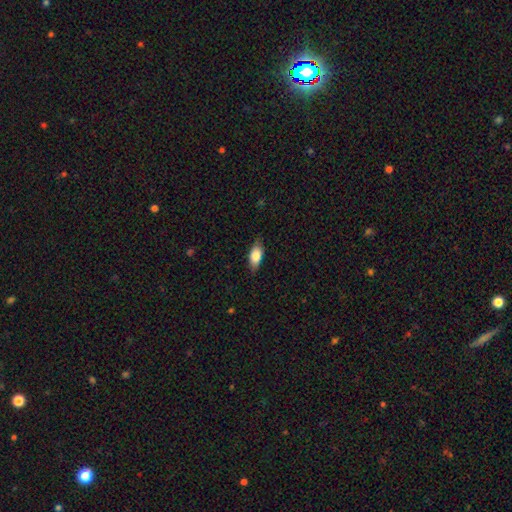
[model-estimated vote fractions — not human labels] smooth_or_featured: smooth (p=0.78) [alt: featured or disk p=0.15]
how_rounded: in between (p=0.84) [alt: cigar-shaped p=0.12]
merging: none (p=0.81) [alt: minor disturbance p=0.15]